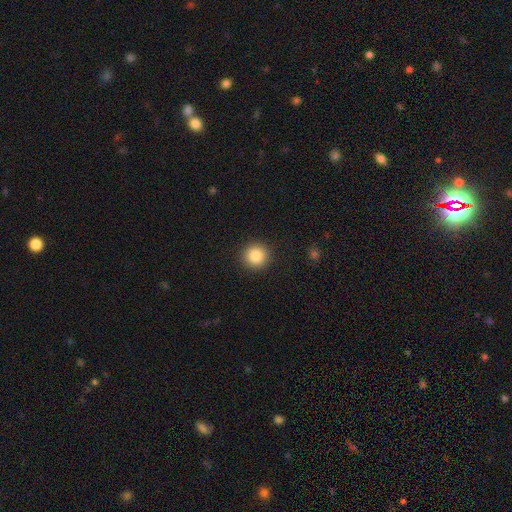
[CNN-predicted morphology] Smooth or featured?
  - smooth: 86% *
  - star or artifact: 9%
  - featured or disk: 5%
How rounded?
  - round: 94% *
  - in between: 5%
  - cigar-shaped: 1%
Merging?
  - none: 92% *
  - minor disturbance: 5%
  - major disturbance: 2%
  - merger: 1%